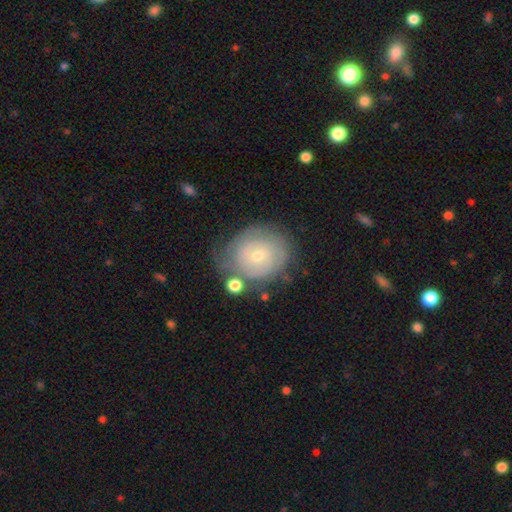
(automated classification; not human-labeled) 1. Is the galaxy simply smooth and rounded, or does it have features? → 59% featured or disk, 34% smooth, 8% star or artifact.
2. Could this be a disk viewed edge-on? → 97% no, 3% yes.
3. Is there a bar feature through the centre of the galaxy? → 82% no, 15% weak, 3% strong.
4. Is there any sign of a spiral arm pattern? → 70% yes, 30% no.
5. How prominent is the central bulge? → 63% small, 34% moderate, 2% large, 1% none, 1% dominant.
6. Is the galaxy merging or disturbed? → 60% none, 24% minor disturbance, 11% major disturbance, 6% merger.